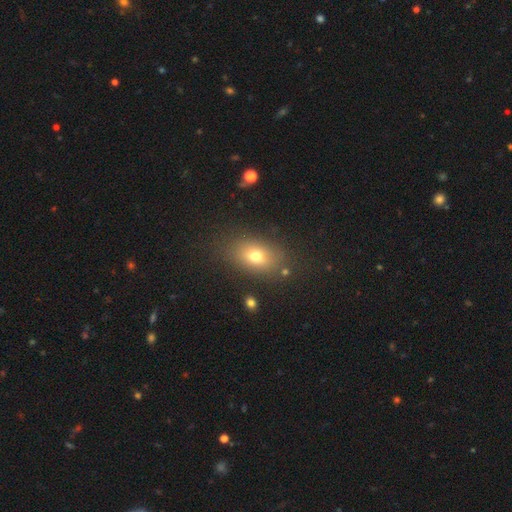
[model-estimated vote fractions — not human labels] A smooth galaxy with no disk features (71%) that is in between round and cigar-shaped (79%).

Vote fractions:
- Smooth or featured? smooth: 71% / featured or disk: 15% / star or artifact: 14%
- How rounded? in between: 79% / round: 19% / cigar-shaped: 2%
- Merging? none: 80% / minor disturbance: 11% / major disturbance: 5% / merger: 3%